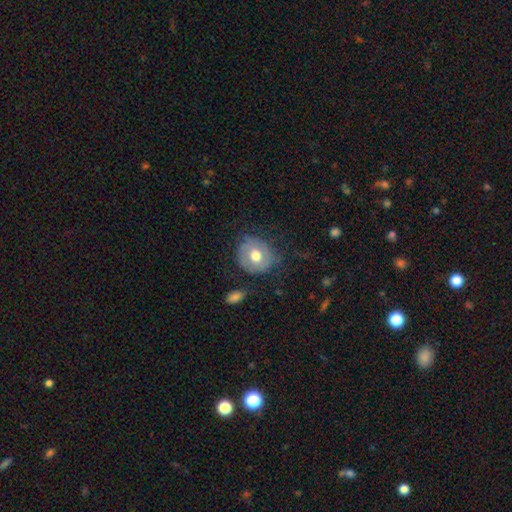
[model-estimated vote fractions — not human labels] This is possibly a smooth galaxy (55%). How rounded: likely round (77%). Merging: likely none (67%).